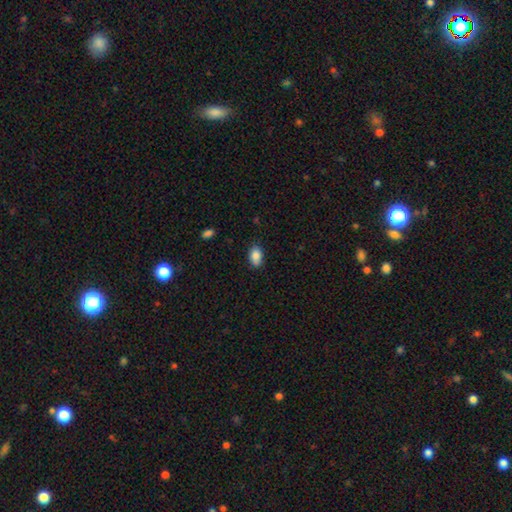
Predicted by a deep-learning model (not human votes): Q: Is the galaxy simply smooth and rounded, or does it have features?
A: smooth — 87%.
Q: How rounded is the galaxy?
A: in between — 89%.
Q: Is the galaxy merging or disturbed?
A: none — 80%.